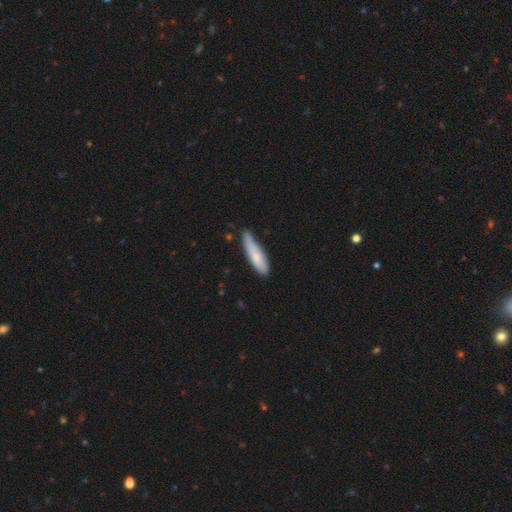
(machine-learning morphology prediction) smooth-or-featured: smooth: 76% | featured or disk: 19% | star or artifact: 6%
  how-rounded: cigar-shaped: 73% | in between: 25% | round: 1%
  merging: none: 60% | minor disturbance: 32% | major disturbance: 5% | merger: 3%